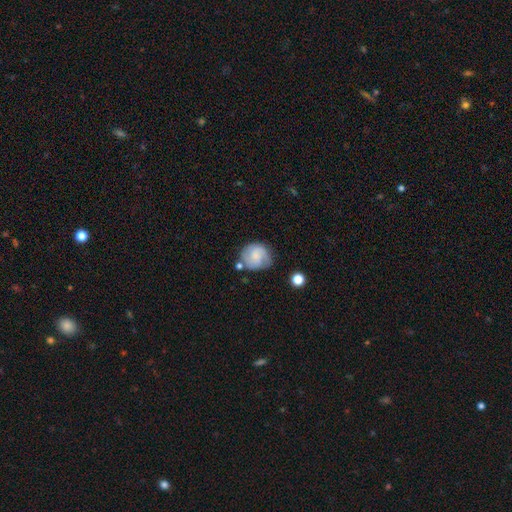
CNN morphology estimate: smooth_or_featured: featured or disk (p=0.46) [tied with: smooth p=0.46]
merging: none (p=0.66) [alt: minor disturbance p=0.21]